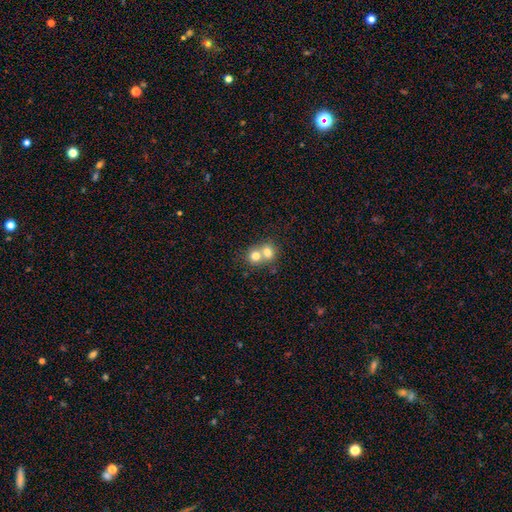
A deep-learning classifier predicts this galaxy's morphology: Smooth or featured: smooth — 74% (featured or disk — 15%)
How rounded: round — 77% (in between — 22%)
Merging: merger — 65% (none — 29%)